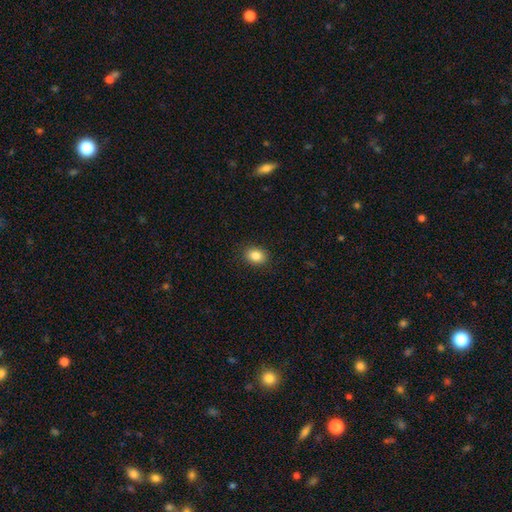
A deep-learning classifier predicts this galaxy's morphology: Smooth or featured? Predicted: smooth (p=0.85). How rounded? Predicted: in between (p=0.60). Merging? Predicted: none (p=0.89).